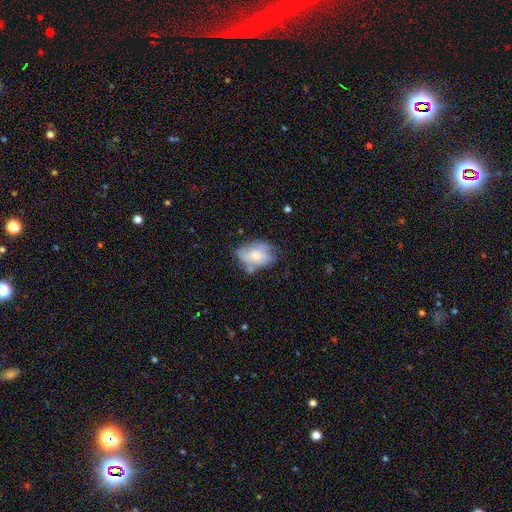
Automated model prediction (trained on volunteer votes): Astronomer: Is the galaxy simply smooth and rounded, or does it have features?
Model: smooth — 55% (runner-up: featured or disk, 37%).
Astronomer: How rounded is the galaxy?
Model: in between — 80%.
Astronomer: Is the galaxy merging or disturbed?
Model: none — 42% (runner-up: minor disturbance, 33%).